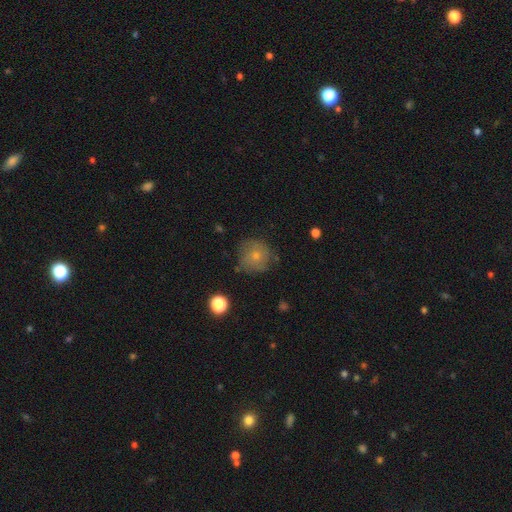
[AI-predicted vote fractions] Smooth or featured?
  - smooth: 71% *
  - featured or disk: 18%
  - star or artifact: 11%
How rounded?
  - round: 90% *
  - in between: 9%
  - cigar-shaped: 1%
Merging?
  - none: 69% *
  - minor disturbance: 21%
  - major disturbance: 7%
  - merger: 3%